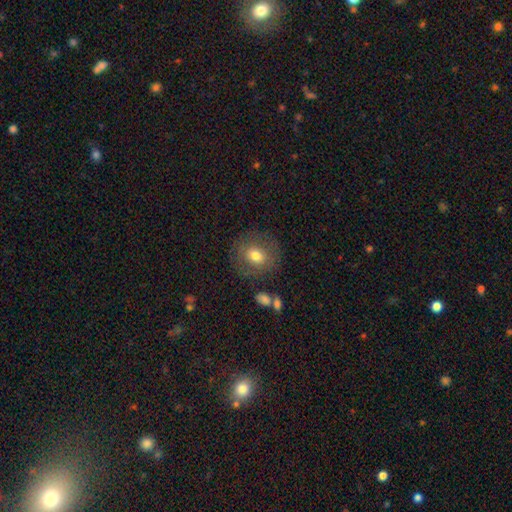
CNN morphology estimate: A smooth galaxy with no disk features (69%) that is round (75%). Merging: none (79%).